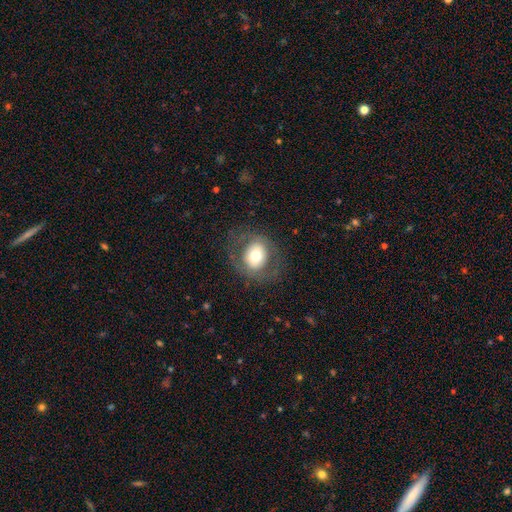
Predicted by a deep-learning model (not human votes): smooth 57%, featured or disk 34%, star or artifact 9%. Down the decision tree: how rounded — round (66%); merging — none (75%).